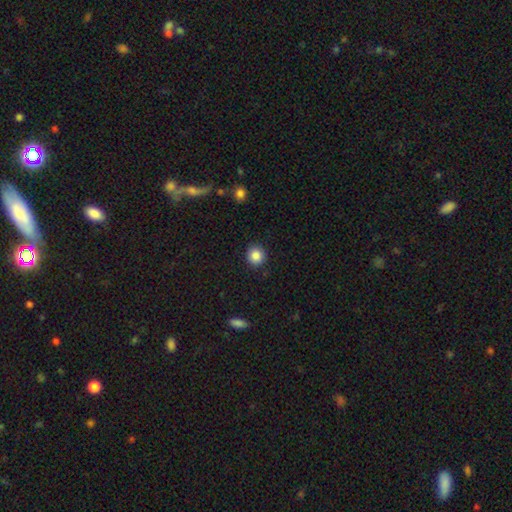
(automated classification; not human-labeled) smooth_or_featured: smooth (p=0.86) [alt: star or artifact p=0.09]
how_rounded: round (p=0.89) [alt: in between p=0.10]
merging: none (p=0.91) [alt: minor disturbance p=0.06]